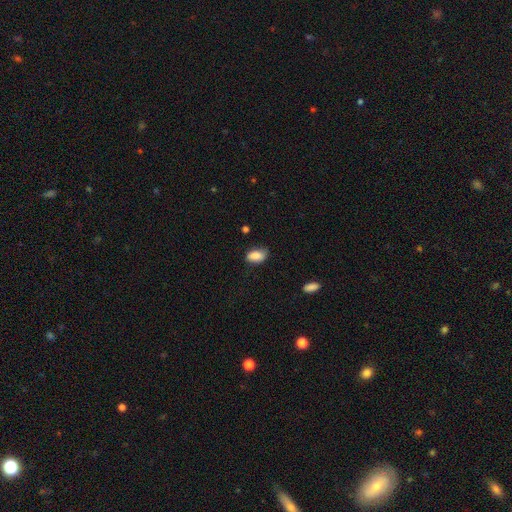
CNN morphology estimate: This is clearly a smooth galaxy (86%). How rounded: clearly in between (90%). Merging: likely none (68%).